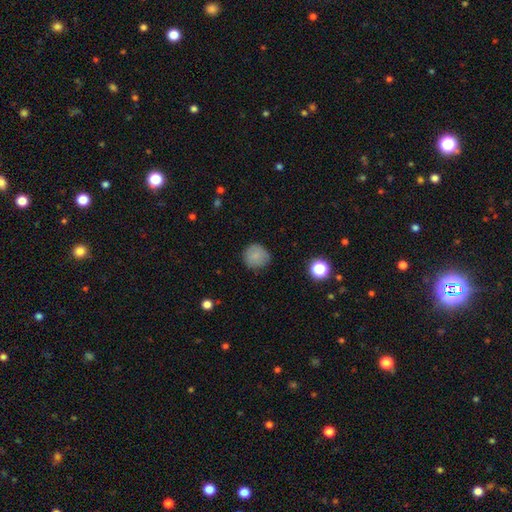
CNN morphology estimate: smooth 84%, star or artifact 10%, featured or disk 7%. Down the decision tree: how rounded — round (93%); merging — none (84%).